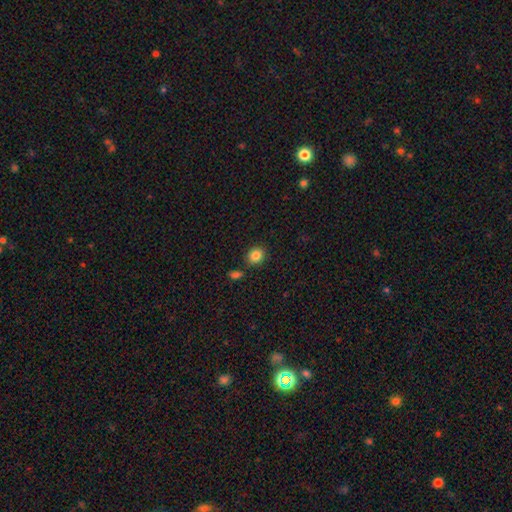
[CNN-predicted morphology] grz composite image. It shows a smooth galaxy with no disk features (85%) that is round (71%). Merging: none (84%).